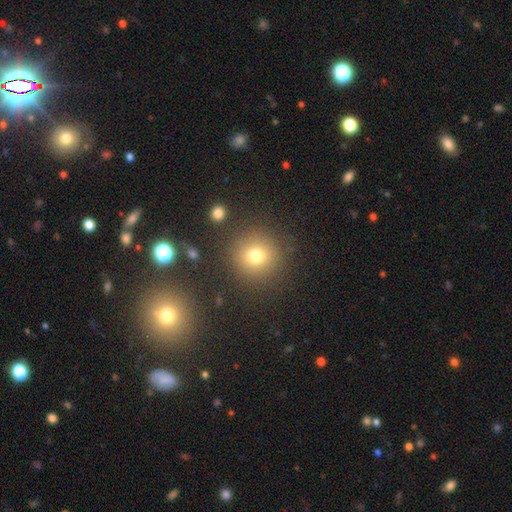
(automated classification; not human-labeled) Smooth or featured: smooth — 74% (star or artifact — 17%)
How rounded: round — 92% (in between — 7%)
Merging: none — 86% (minor disturbance — 7%)